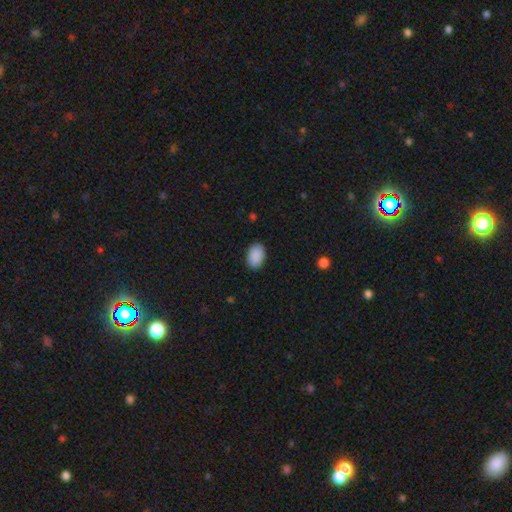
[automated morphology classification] smooth 90%, star or artifact 7%, featured or disk 3%. Down the decision tree: how rounded — in between (86%); merging — none (89%).